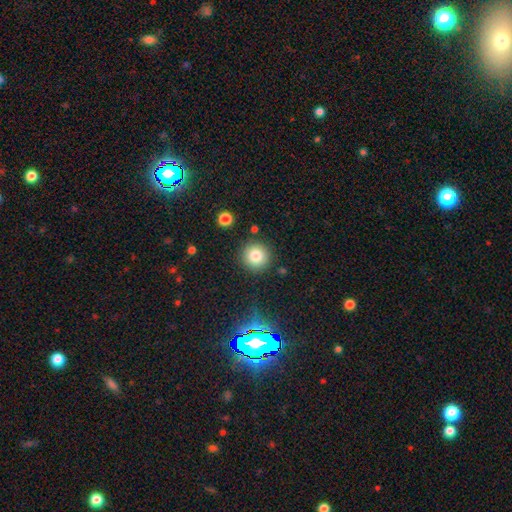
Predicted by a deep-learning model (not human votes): smooth_or_featured: smooth (p=0.80) [alt: star or artifact p=0.12]
how_rounded: round (p=0.95) [alt: in between p=0.04]
merging: none (p=0.88) [alt: minor disturbance p=0.07]